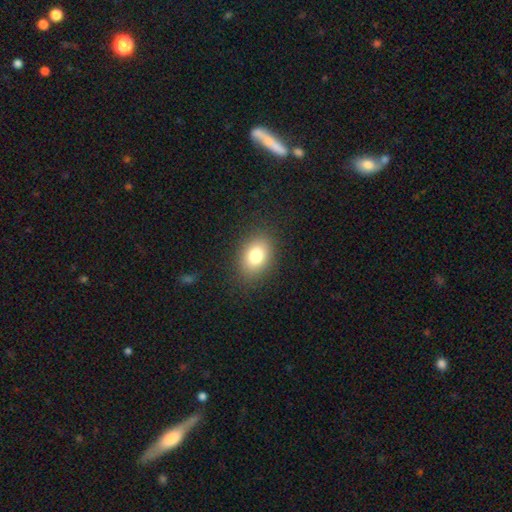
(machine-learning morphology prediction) smooth_or_featured: smooth (p=0.80) [alt: star or artifact p=0.10]
how_rounded: in between (p=0.75) [alt: round p=0.24]
merging: none (p=0.86) [alt: minor disturbance p=0.09]